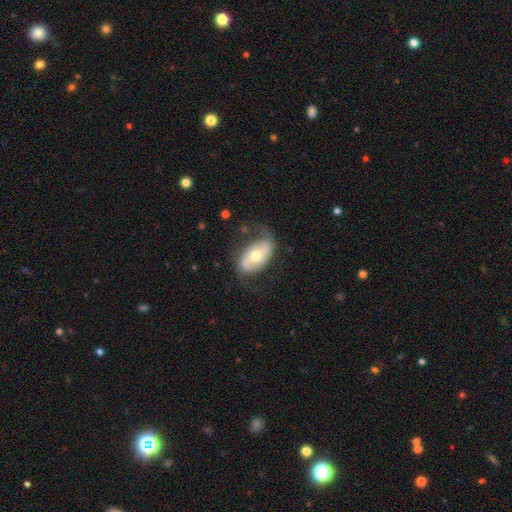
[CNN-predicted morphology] smooth-or-featured: featured or disk: 59% | smooth: 35% | star or artifact: 6%
  disk-edge-on: no: 91% | yes: 9%
    bar: no: 57% | weak: 25% | strong: 17%
    has-spiral-arms: yes: 63% | no: 37%
    bulge-size: moderate: 72% | small: 18% | large: 8% | dominant: 1% | none: 1%
  merging: none: 60% | minor disturbance: 23% | major disturbance: 15% | merger: 2%